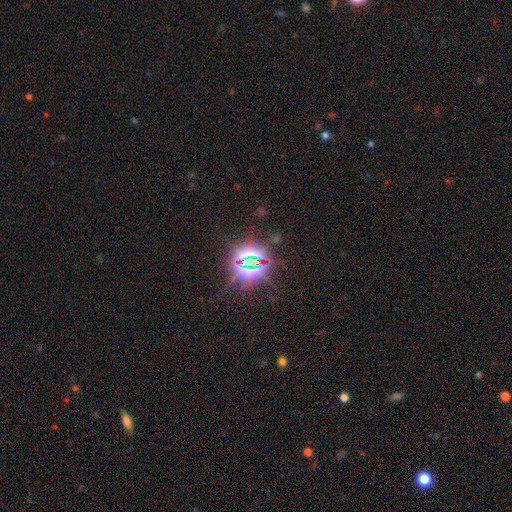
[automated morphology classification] A star or artifact, not a galaxy (83%).

Vote fractions:
- Smooth or featured? star or artifact: 83% / smooth: 10% / featured or disk: 7%